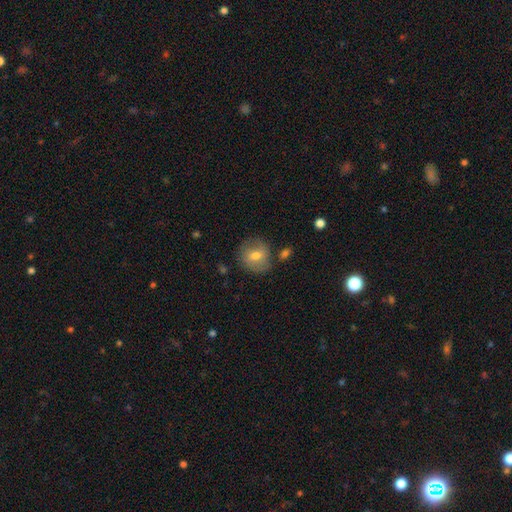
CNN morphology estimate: Smooth or featured? smooth (66%)
How rounded? round (82%)
Merging? none (73%)